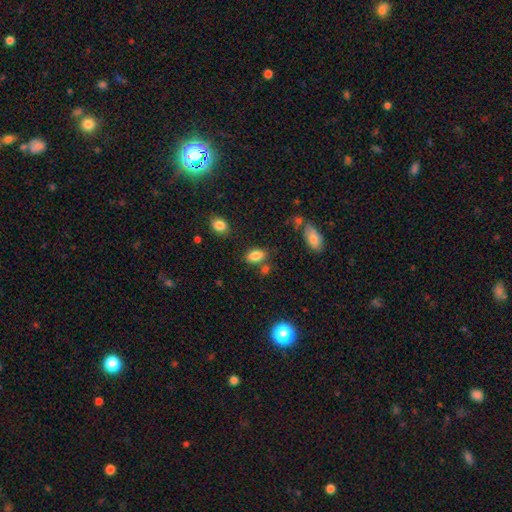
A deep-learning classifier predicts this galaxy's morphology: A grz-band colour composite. It shows a smooth galaxy with no disk features (84%) that is in between round and cigar-shaped (89%). Merging: none (72%).